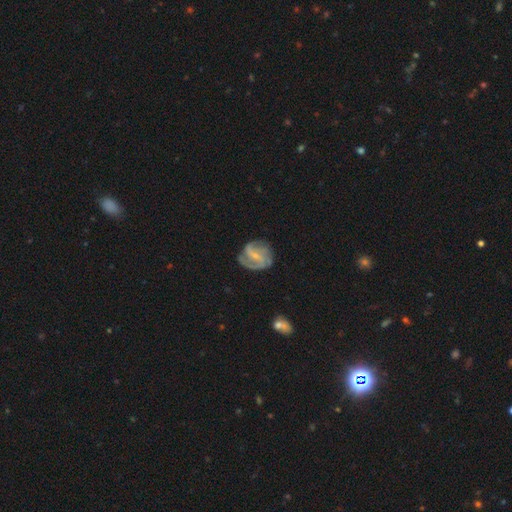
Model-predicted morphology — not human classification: smooth-or-featured: featured or disk: 83% | smooth: 12% | star or artifact: 5%
  disk-edge-on: no: 98% | yes: 2%
    bar: weak: 47% | strong: 27% | no: 27%
    has-spiral-arms: yes: 94% | no: 6%
      spiral-winding: medium: 48% | tight: 30% | loose: 22%
      spiral-arm-count: 2: 40% | 3: 29% | can't tell: 16% | 4: 6% | 1: 5% | more than 4: 4%
    bulge-size: small: 72% | moderate: 20% | none: 6% | large: 1% | dominant: 1%
  merging: none: 67% | minor disturbance: 21% | major disturbance: 10% | merger: 2%